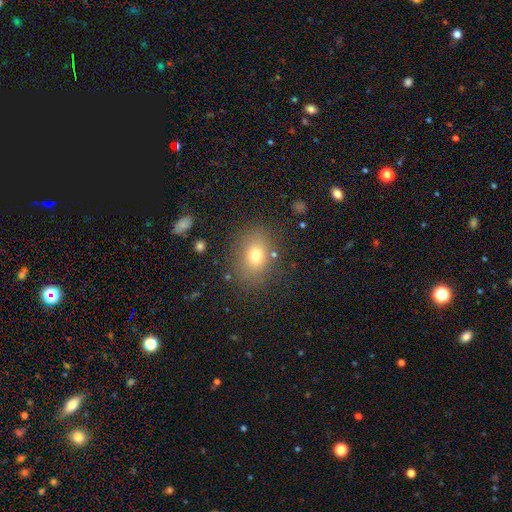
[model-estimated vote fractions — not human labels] smooth_or_featured: smooth (p=0.73) [alt: star or artifact p=0.14]
how_rounded: in between (p=0.63) [alt: round p=0.35]
merging: none (p=0.81) [alt: minor disturbance p=0.12]